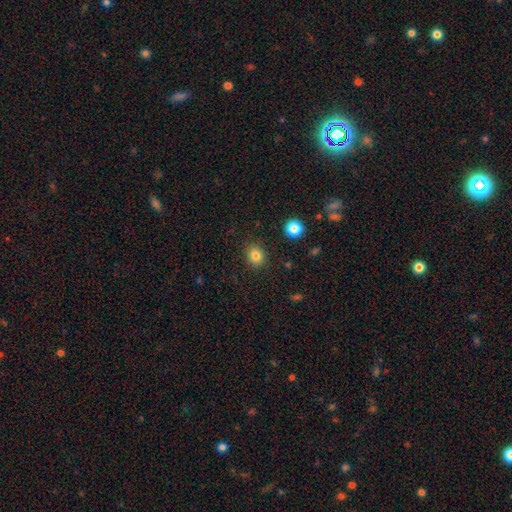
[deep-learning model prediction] Q: Smooth or featured?
A: smooth (81%); runner-up: star or artifact (12%)
Q: How rounded?
A: round (73%); runner-up: in between (26%)
Q: Merging?
A: none (89%); runner-up: minor disturbance (8%)